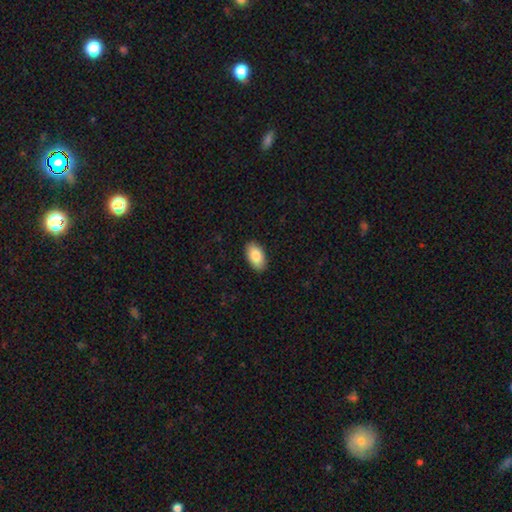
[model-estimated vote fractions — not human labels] A smooth galaxy with no disk features (86%) that is in between round and cigar-shaped (95%).

Vote fractions:
- Smooth or featured? smooth: 86% / featured or disk: 8% / star or artifact: 6%
- How rounded? in between: 95% / round: 3% / cigar-shaped: 2%
- Merging? none: 89% / minor disturbance: 8% / major disturbance: 2% / merger: 1%